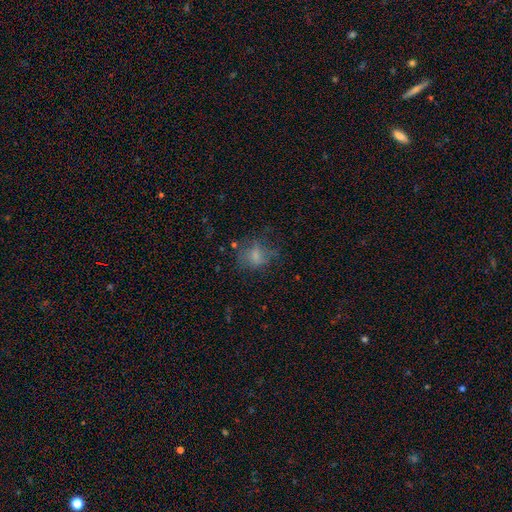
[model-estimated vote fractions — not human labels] A smooth galaxy with no disk features (60%) that is in between round and cigar-shaped (49%). Merging: none (48%).